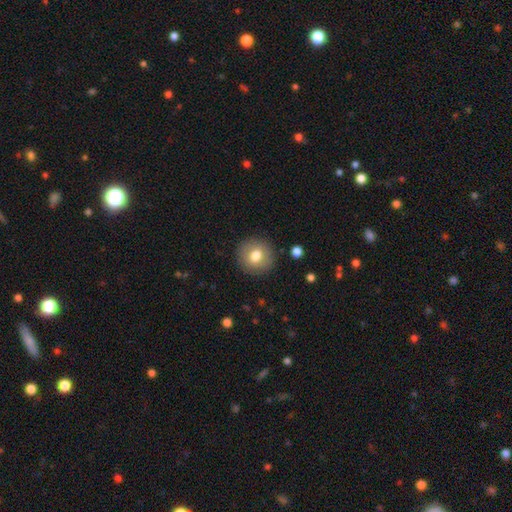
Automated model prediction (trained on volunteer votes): smooth_or_featured: smooth (p=0.76) [alt: featured or disk p=0.15]
how_rounded: round (p=0.92) [alt: in between p=0.07]
merging: none (p=0.90) [alt: minor disturbance p=0.07]